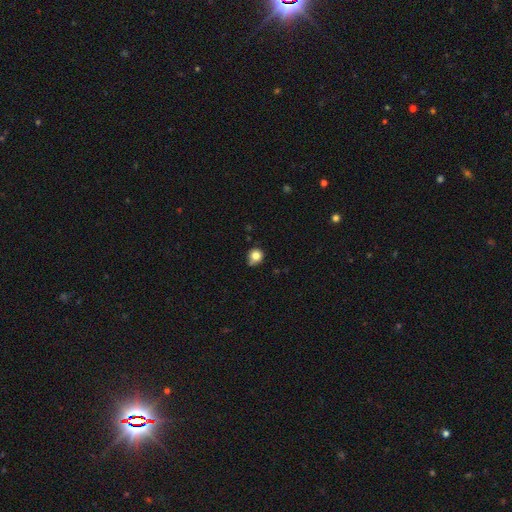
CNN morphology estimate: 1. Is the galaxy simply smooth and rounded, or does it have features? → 80% smooth, 11% star or artifact, 8% featured or disk.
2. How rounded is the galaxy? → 84% round, 15% in between, 1% cigar-shaped.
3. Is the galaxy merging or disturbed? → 63% none, 28% minor disturbance, 5% major disturbance, 4% merger.